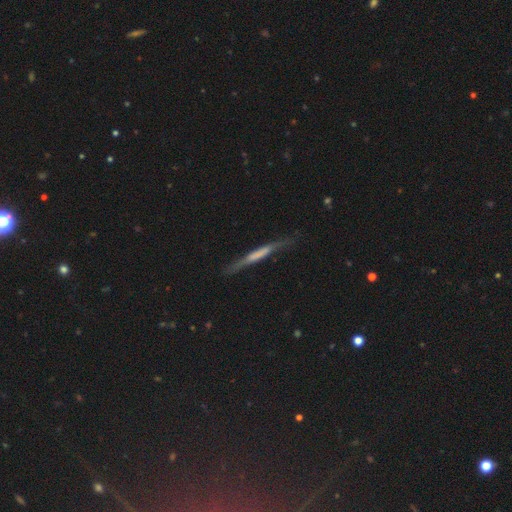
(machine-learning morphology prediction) The model was most divided on "smooth or featured": featured or disk: 56%, smooth: 38%, star or artifact: 7%. More confident: edge-on disk — yes (93%); merging — none (77%); edge-on bulge — none (62%).